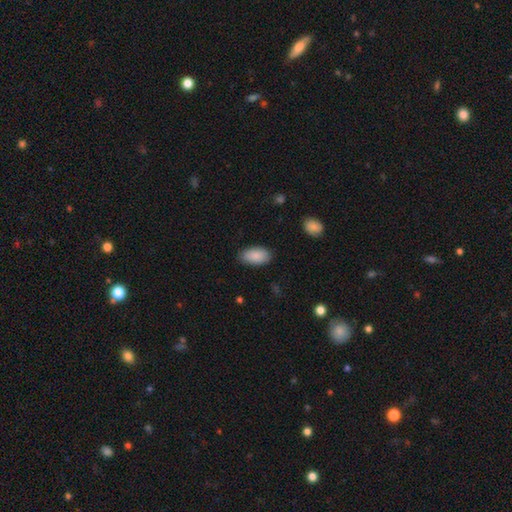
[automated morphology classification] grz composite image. It shows a smooth galaxy with no disk features (88%) that is in between round and cigar-shaped (95%). Merging: none (82%).